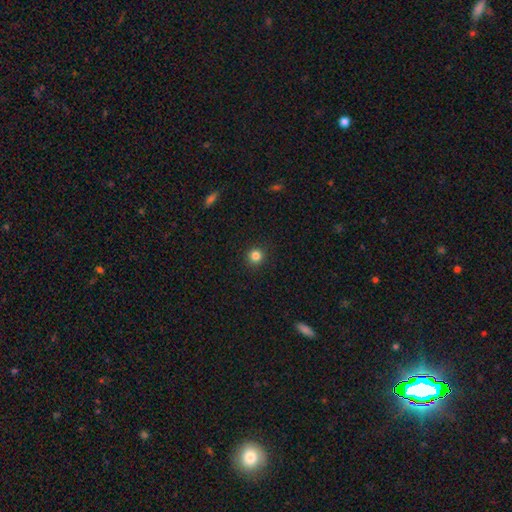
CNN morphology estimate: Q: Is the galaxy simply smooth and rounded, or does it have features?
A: smooth — 83%.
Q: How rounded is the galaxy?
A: round — 94%.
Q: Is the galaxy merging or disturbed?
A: none — 92%.